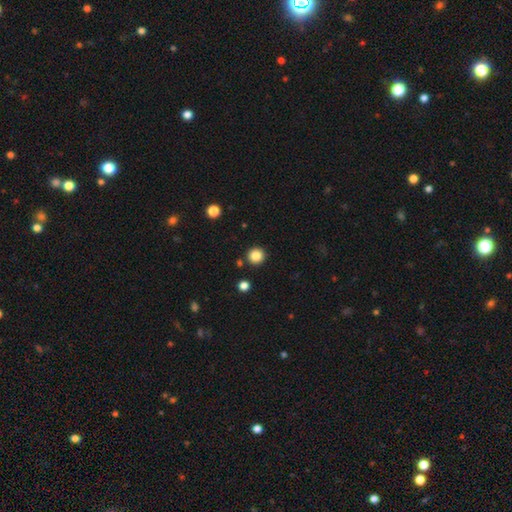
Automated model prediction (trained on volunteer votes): Morphology: type=smooth (85%); roundness=round (95%); merging=none (91%).